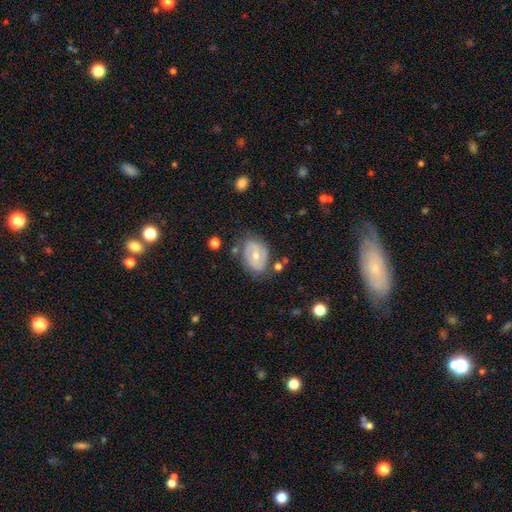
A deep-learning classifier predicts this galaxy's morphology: type=featured or disk (64%); edge-on=no (95%); bar=weak (44%); spiral arms=yes (64%); bulge=moderate (55%); merging=none (64%).